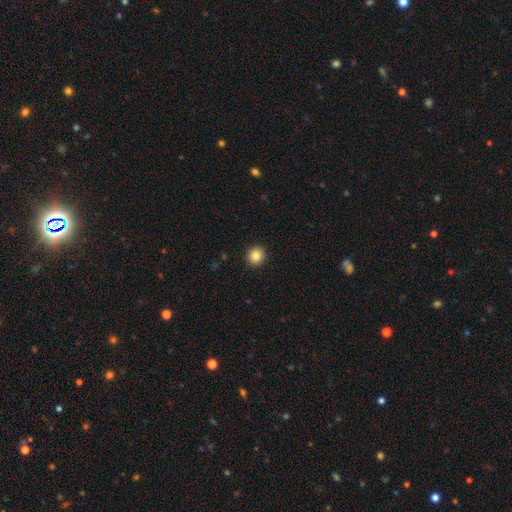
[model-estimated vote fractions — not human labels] Smooth or featured?
  - smooth: 85% *
  - star or artifact: 10%
  - featured or disk: 5%
How rounded?
  - round: 91% *
  - in between: 8%
  - cigar-shaped: 1%
Merging?
  - none: 93% *
  - minor disturbance: 5%
  - major disturbance: 2%
  - merger: 1%